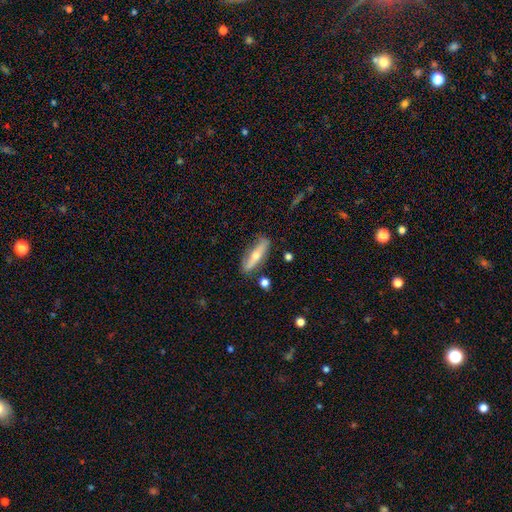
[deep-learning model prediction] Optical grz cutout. It shows a featured or disk galaxy (52%) viewed edge-on (77%). Merging: none (79%).